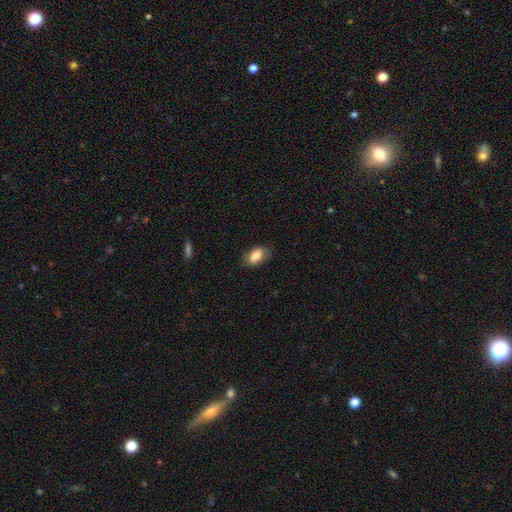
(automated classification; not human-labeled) smooth_or_featured: smooth (p=0.79) [alt: featured or disk p=0.14]
how_rounded: in between (p=0.90) [alt: round p=0.05]
merging: none (p=0.80) [alt: minor disturbance p=0.16]